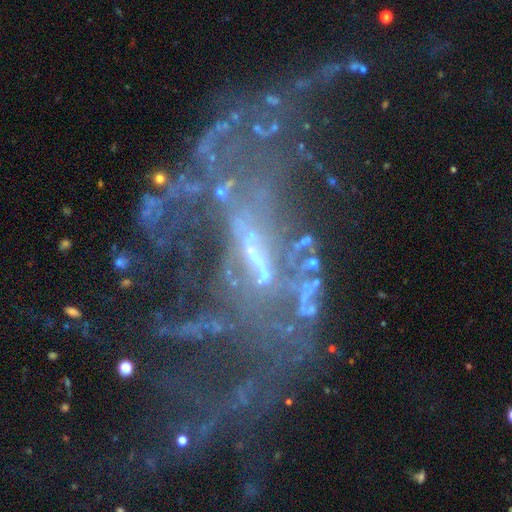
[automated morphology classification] Q: Smooth or featured?
A: featured or disk (76%); runner-up: star or artifact (16%)
Q: Edge-on disk?
A: no (90%); runner-up: yes (10%)
Q: Bar?
A: strong (45%); runner-up: weak (32%)
Q: Spiral arms?
A: yes (62%); runner-up: no (38%)
Q: Bulge size?
A: small (40%); runner-up: none (28%)
Q: Merging?
A: major disturbance (44%); runner-up: none (30%)